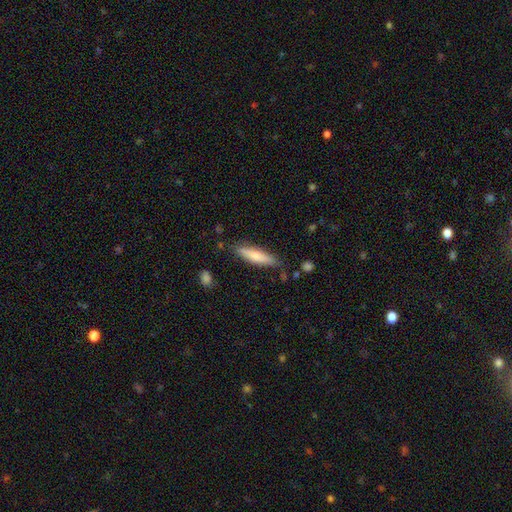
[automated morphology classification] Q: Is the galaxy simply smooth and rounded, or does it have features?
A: smooth — 69%.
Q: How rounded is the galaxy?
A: cigar-shaped — 75%.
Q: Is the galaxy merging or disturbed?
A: none — 79%.